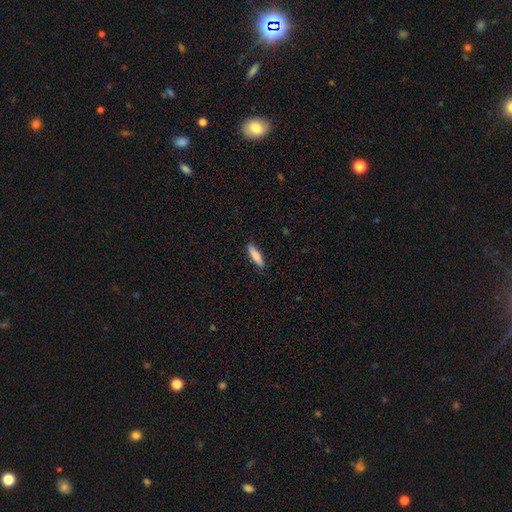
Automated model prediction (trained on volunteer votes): Smooth or featured: smooth — 78% (featured or disk — 16%)
How rounded: cigar-shaped — 70% (in between — 28%)
Merging: none — 89% (minor disturbance — 8%)